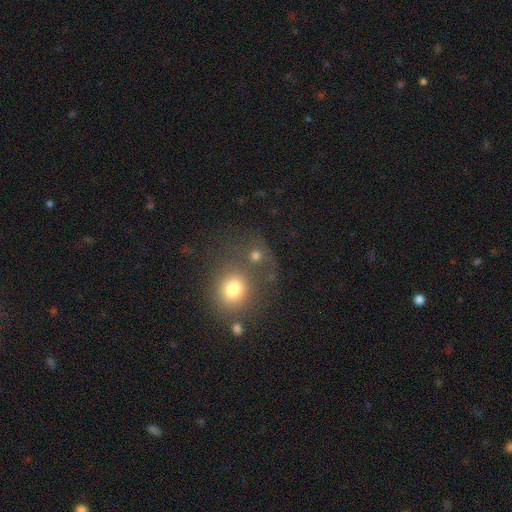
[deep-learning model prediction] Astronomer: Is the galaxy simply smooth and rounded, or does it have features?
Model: smooth — 65%.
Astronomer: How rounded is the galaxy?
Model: round — 78%.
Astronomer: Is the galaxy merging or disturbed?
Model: none — 44% (runner-up: merger, 34%).